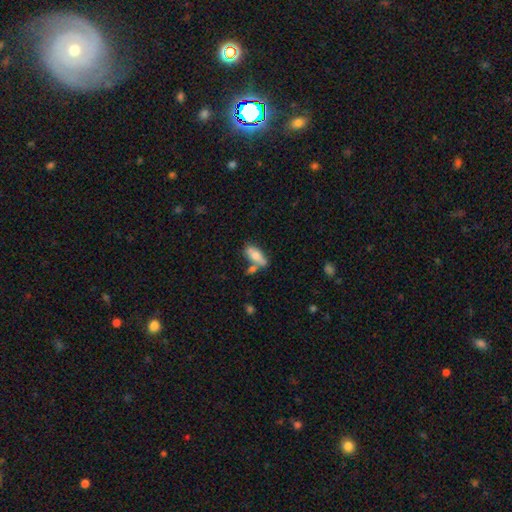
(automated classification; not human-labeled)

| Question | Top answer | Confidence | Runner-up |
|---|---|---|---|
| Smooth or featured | smooth | 70% | featured or disk (24%) |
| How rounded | in between | 77% | cigar-shaped (20%) |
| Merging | none | 48% | merger (28%) |